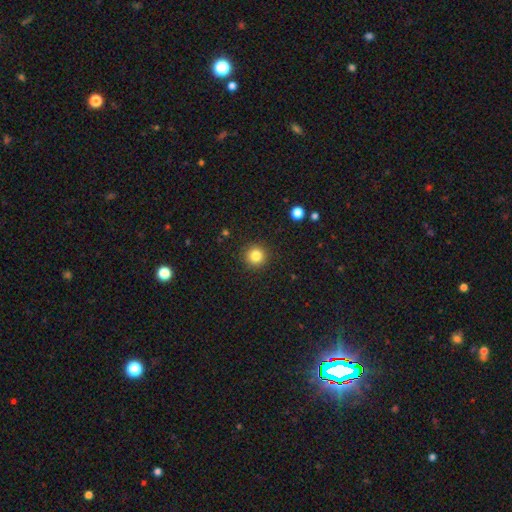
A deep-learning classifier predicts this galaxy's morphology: A smooth galaxy with no disk features (83%) that is round (95%).

Vote fractions:
- Smooth or featured? smooth: 83% / star or artifact: 12% / featured or disk: 5%
- How rounded? round: 95% / in between: 4% / cigar-shaped: 1%
- Merging? none: 92% / minor disturbance: 5% / major disturbance: 2% / merger: 1%